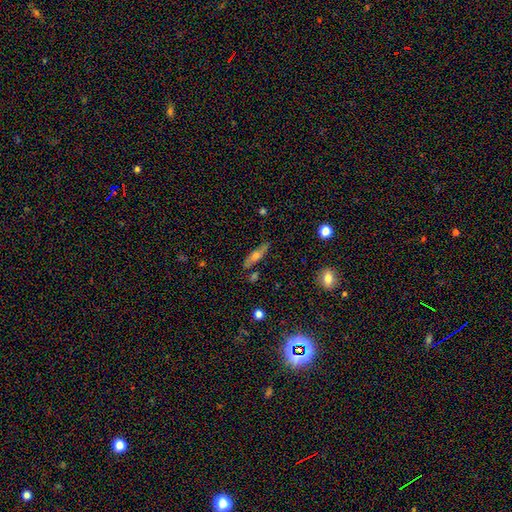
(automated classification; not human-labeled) This is possibly a smooth galaxy (49%). Merging: likely none (78%).